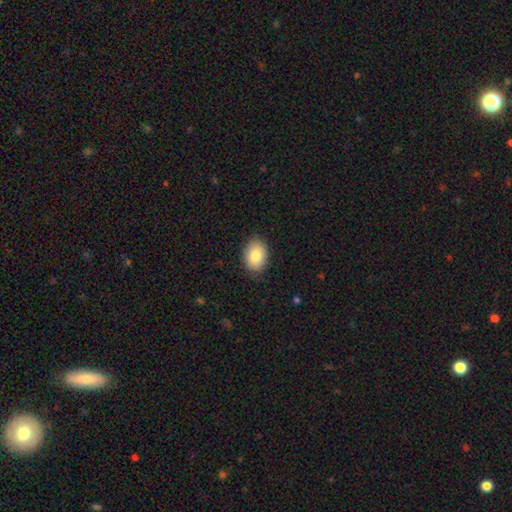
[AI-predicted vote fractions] smooth 84%, featured or disk 9%, star or artifact 7%. Down the decision tree: how rounded — in between (78%); merging — none (87%).